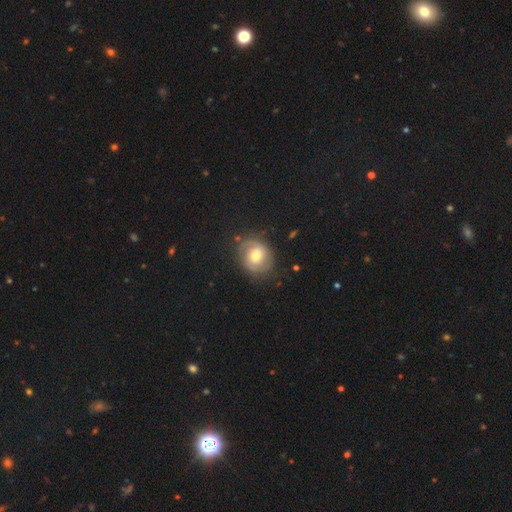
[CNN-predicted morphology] Smooth or featured? Predicted: featured or disk (p=0.58). Edge-on disk? Predicted: no (p=0.97). Bar? Predicted: no (p=0.58). Spiral arms? Predicted: yes (p=0.81). Bulge size? Predicted: moderate (p=0.67). Merging? Predicted: none (p=0.74).